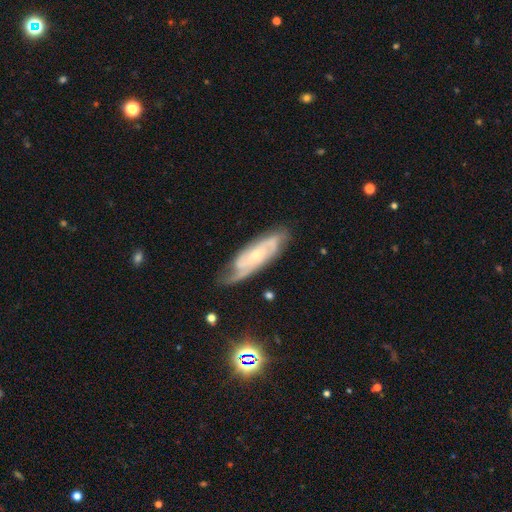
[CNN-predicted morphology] smooth-or-featured: featured or disk: 80% | smooth: 14% | star or artifact: 6%
  disk-edge-on: no: 86% | yes: 14%
    bar: no: 65% | weak: 28% | strong: 7%
    has-spiral-arms: yes: 94% | no: 6%
      spiral-winding: tight: 52% | medium: 38% | loose: 11%
      spiral-arm-count: 2: 42% | can't tell: 30% | 3: 16% | 4: 4% | 1: 4% | more than 4: 3%
    bulge-size: small: 69% | moderate: 25% | none: 4% | large: 1% | dominant: 1%
  merging: none: 68% | minor disturbance: 23% | major disturbance: 7% | merger: 2%